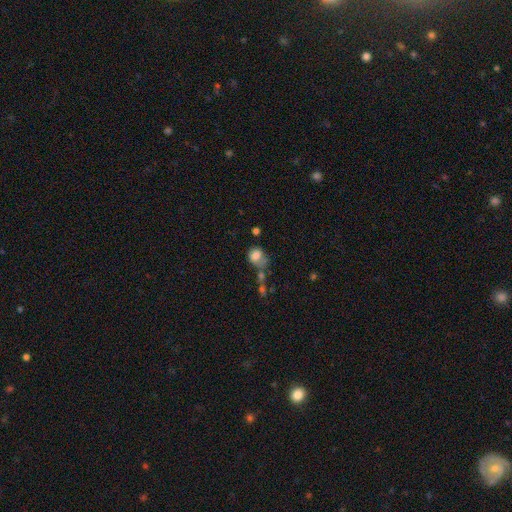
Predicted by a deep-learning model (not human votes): The model was most divided on "how rounded": round: 52%, in between: 47%, cigar-shaped: 1%. Remaining: smooth or featured — smooth (74%); merging — none (31%).